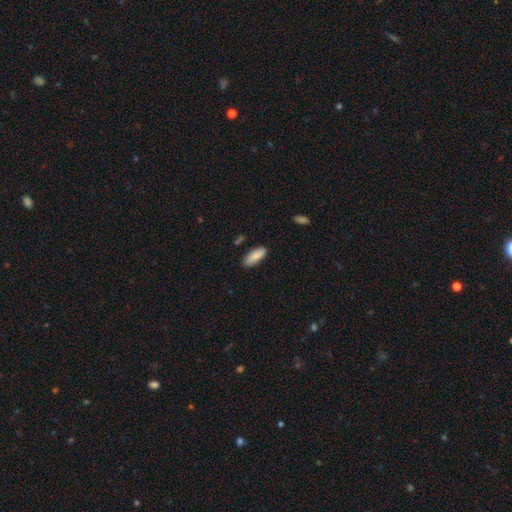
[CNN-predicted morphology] Smooth or featured? smooth (85%)
How rounded? in between (76%)
Merging? none (84%)